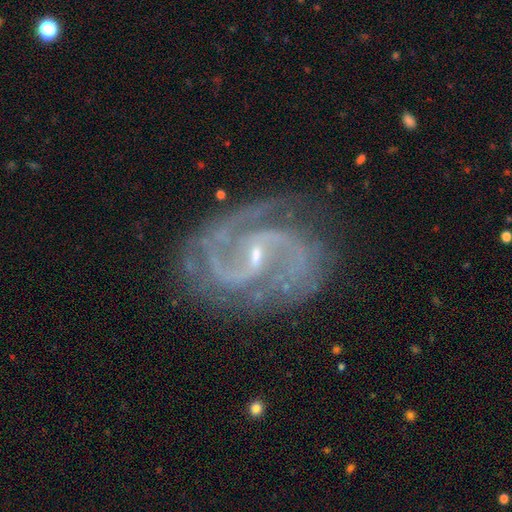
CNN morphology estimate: This appears to be a featured or disk galaxy (93%) with a weak bar (49%), 2 (86%) medium (60%) spiral arms (98%) and a small central bulge (81%). Merging: none (74%).